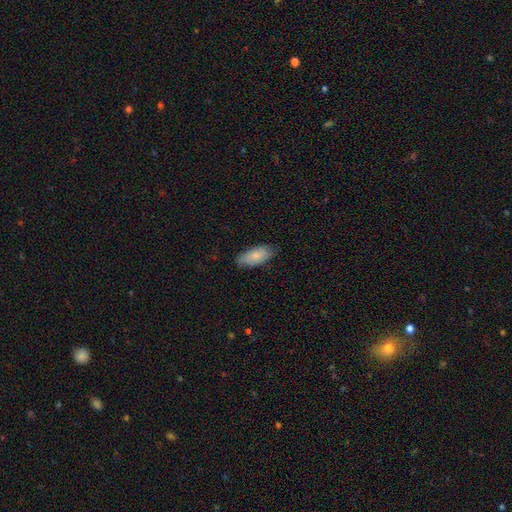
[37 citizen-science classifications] This is clearly a smooth galaxy (81%). How rounded: clearly in between (87%). Merging: clearly none (81%).